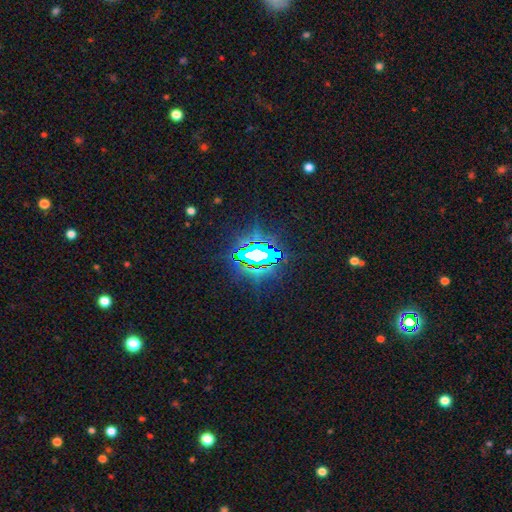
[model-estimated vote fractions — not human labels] Smooth or featured?
  - star or artifact: 75% *
  - smooth: 13%
  - featured or disk: 12%